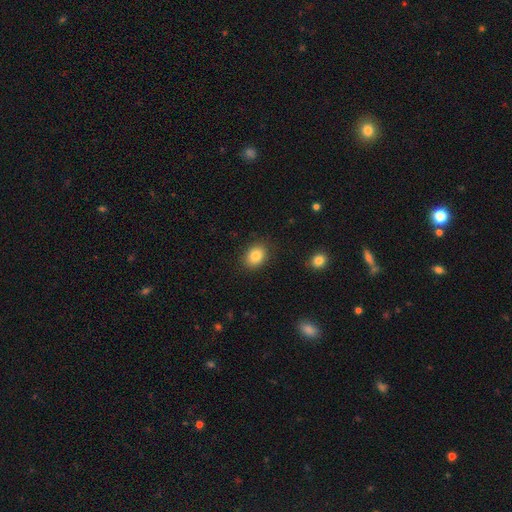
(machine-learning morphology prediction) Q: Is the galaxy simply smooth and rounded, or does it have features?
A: smooth — 84%.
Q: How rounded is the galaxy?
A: in between — 63%.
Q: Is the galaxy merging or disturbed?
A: none — 87%.